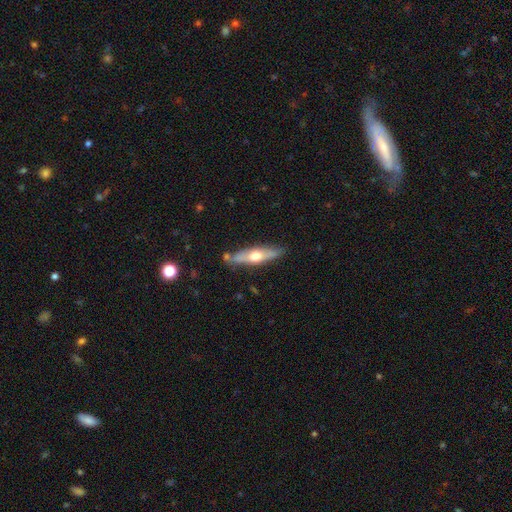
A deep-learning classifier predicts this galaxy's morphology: A featured or disk galaxy (53%) viewed edge-on (83%).

Vote fractions:
- Smooth or featured? featured or disk: 53% / smooth: 41% / star or artifact: 5%
- Edge-on disk? yes: 83% / no: 17%
- Merging? none: 76% / minor disturbance: 15% / merger: 5% / major disturbance: 3%